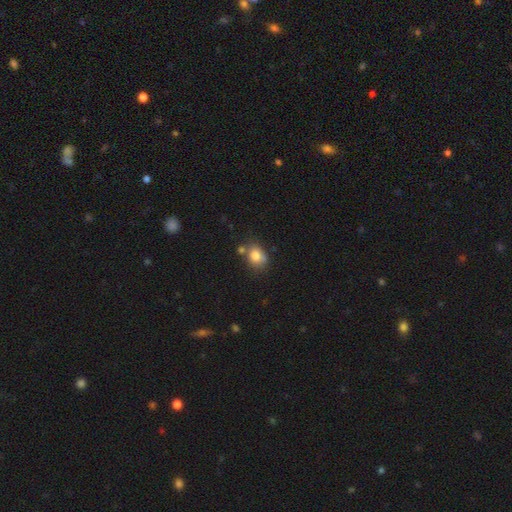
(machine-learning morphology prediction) Q: Smooth or featured?
A: smooth (81%); runner-up: star or artifact (10%)
Q: How rounded?
A: in between (53%); runner-up: round (46%)
Q: Merging?
A: none (60%); runner-up: minor disturbance (19%)